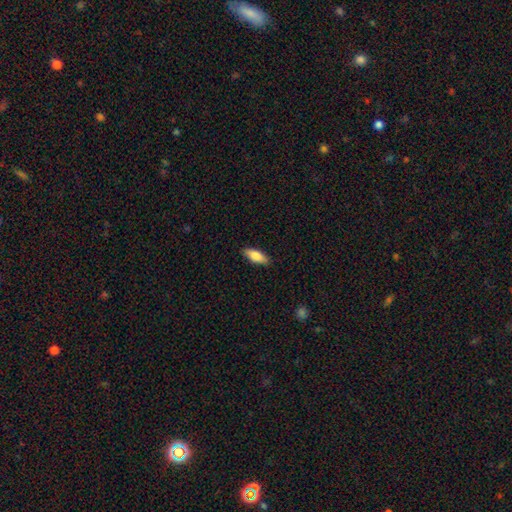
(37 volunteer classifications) smooth_or_featured: smooth (p=0.84) [alt: featured or disk p=0.11]
how_rounded: in between (p=0.65) [alt: cigar-shaped p=0.35]
merging: none (p=0.83) [alt: minor disturbance p=0.09]